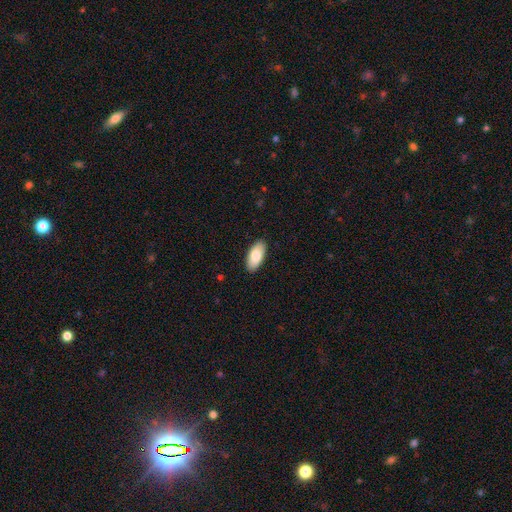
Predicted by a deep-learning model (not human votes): Smooth or featured?
  - smooth: 83% *
  - featured or disk: 11%
  - star or artifact: 6%
How rounded?
  - in between: 92% *
  - cigar-shaped: 6%
  - round: 2%
Merging?
  - none: 90% *
  - minor disturbance: 8%
  - major disturbance: 2%
  - merger: 1%